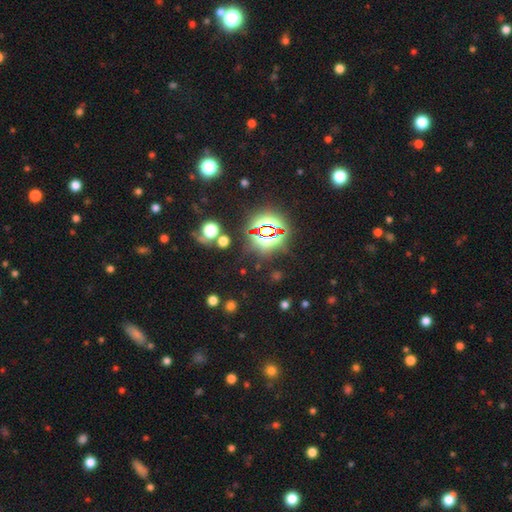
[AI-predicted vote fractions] Smooth or featured: star or artifact — 80% (smooth — 13%)